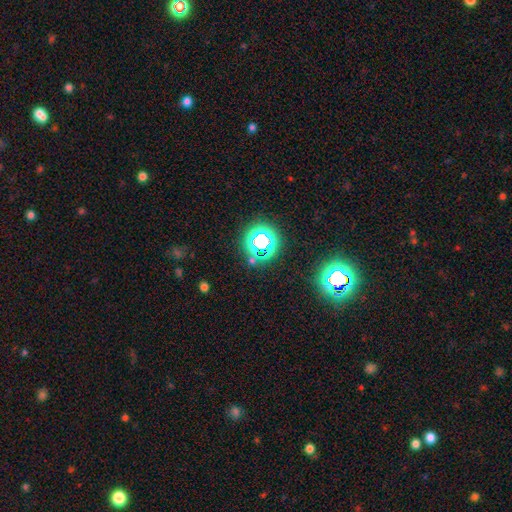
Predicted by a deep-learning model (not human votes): The model was most divided on "smooth or featured": star or artifact: 72%, smooth: 20%, featured or disk: 8%.